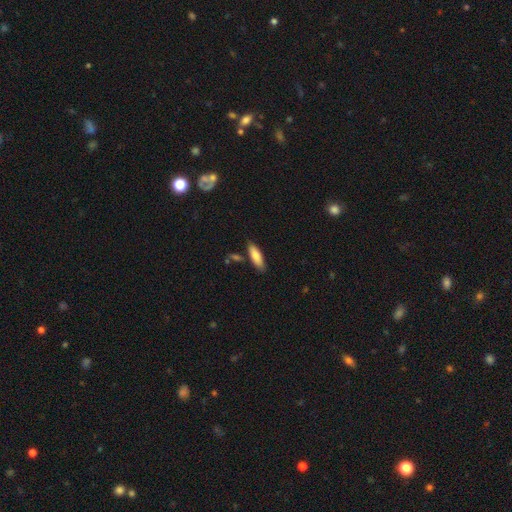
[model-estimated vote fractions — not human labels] This appears to be a smooth galaxy with no disk features (77%) that is in between round and cigar-shaped (50%). Merging: none (81%).